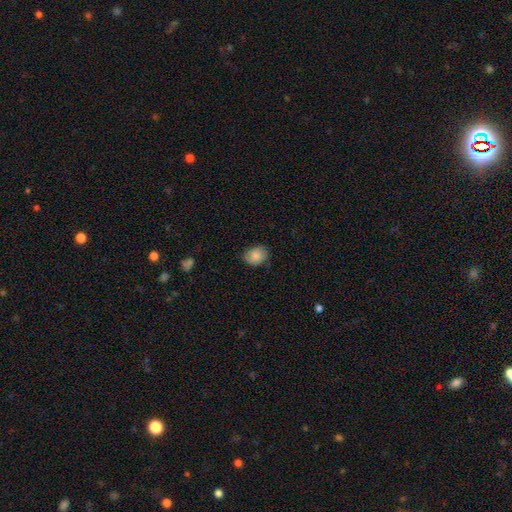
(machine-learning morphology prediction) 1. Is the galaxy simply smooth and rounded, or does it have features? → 82% smooth, 10% featured or disk, 7% star or artifact.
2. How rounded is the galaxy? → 55% in between, 44% round, 1% cigar-shaped.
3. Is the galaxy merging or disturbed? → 77% none, 18% minor disturbance, 3% major disturbance, 1% merger.